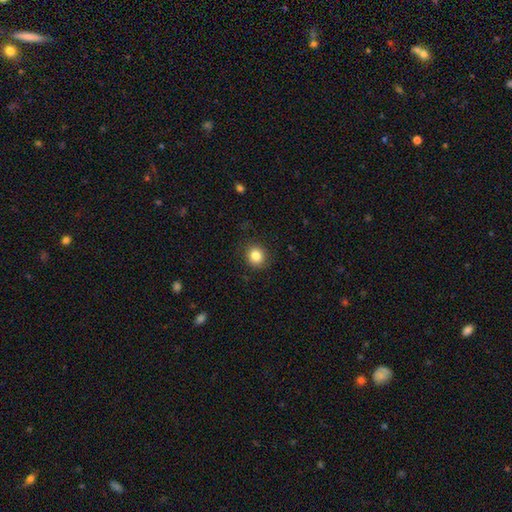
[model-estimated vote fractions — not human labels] Smooth or featured? Predicted: smooth (p=0.84). How rounded? Predicted: round (p=0.85). Merging? Predicted: none (p=0.88).